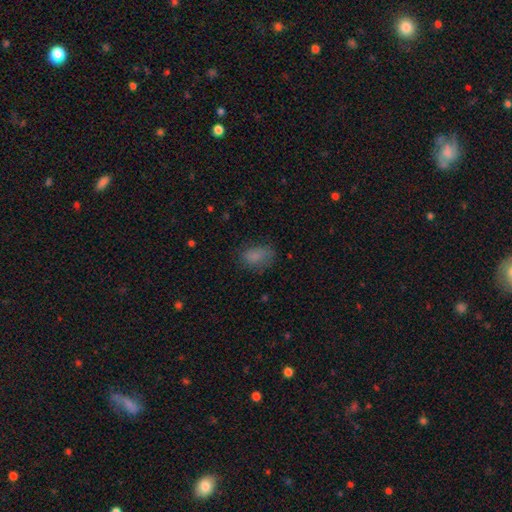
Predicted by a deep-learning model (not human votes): Smooth or featured? smooth (80%)
How rounded? in between (86%)
Merging? none (59%)